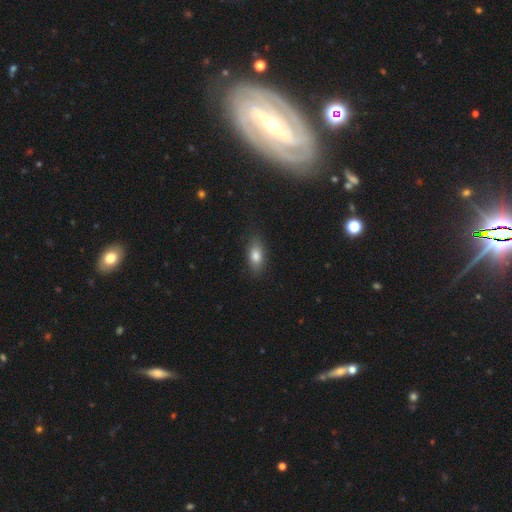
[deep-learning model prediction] Smooth or featured? smooth (81%)
How rounded? in between (85%)
Merging? none (84%)